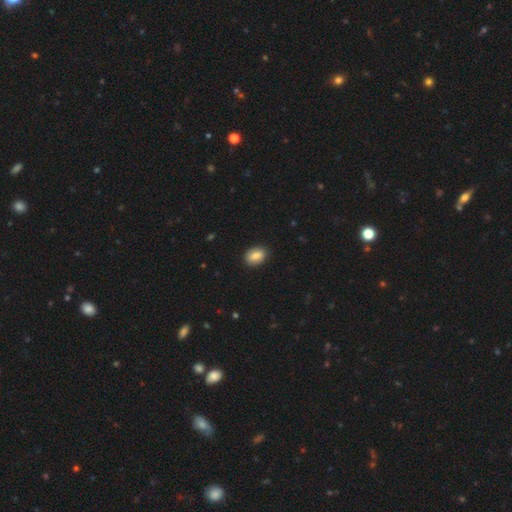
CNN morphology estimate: smooth_or_featured: smooth (p=0.79) [alt: featured or disk p=0.14]
how_rounded: in between (p=0.75) [alt: round p=0.24]
merging: none (p=0.88) [alt: minor disturbance p=0.09]